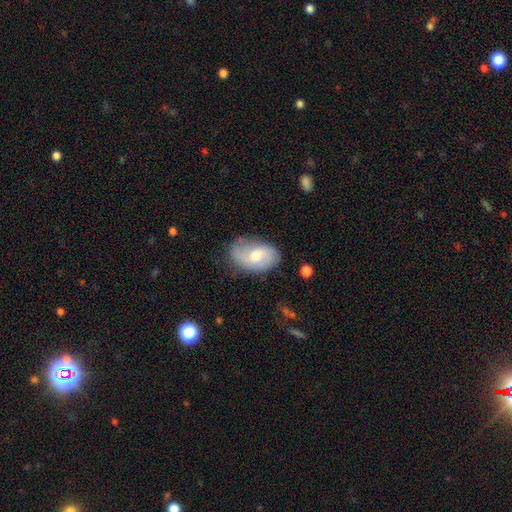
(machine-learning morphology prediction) smooth-or-featured: featured or disk: 50% | smooth: 44% | star or artifact: 7%
  merging: none: 69% | minor disturbance: 22% | major disturbance: 7% | merger: 2%